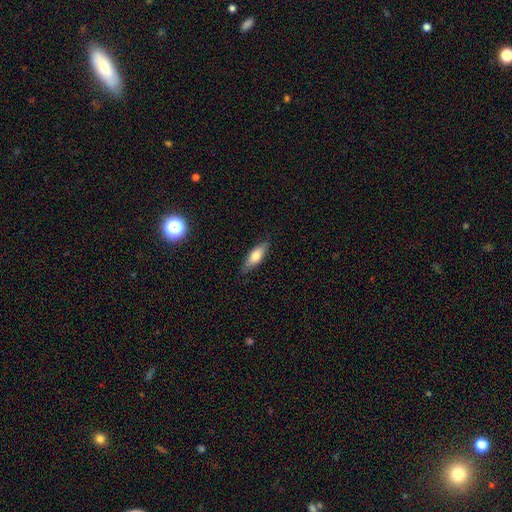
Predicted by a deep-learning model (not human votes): Smooth or featured?
  - smooth: 70% *
  - featured or disk: 23%
  - star or artifact: 7%
How rounded?
  - in between: 62% *
  - cigar-shaped: 36%
  - round: 2%
Merging?
  - none: 83% *
  - minor disturbance: 13%
  - major disturbance: 2%
  - merger: 1%